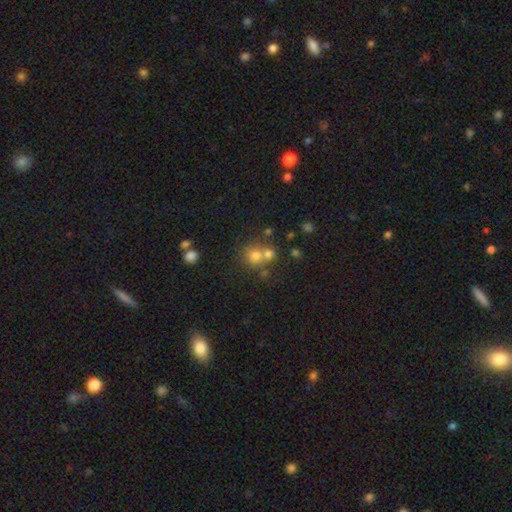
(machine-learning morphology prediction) This is likely a smooth galaxy (70%). How rounded: clearly round (85%). Merging: possibly none (47%).